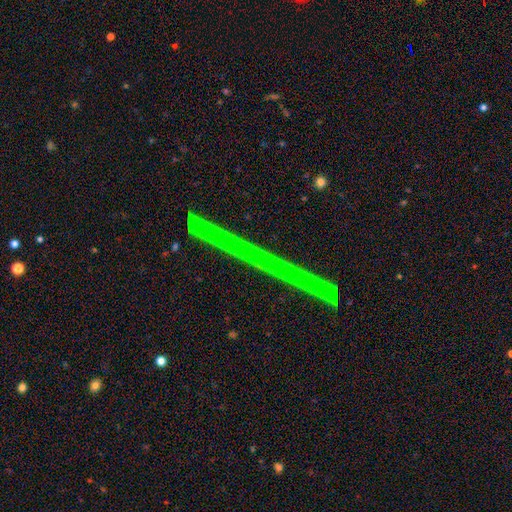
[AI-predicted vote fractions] A star or artifact, not a galaxy (76%).

Vote fractions:
- Smooth or featured? star or artifact: 76% / featured or disk: 15% / smooth: 9%